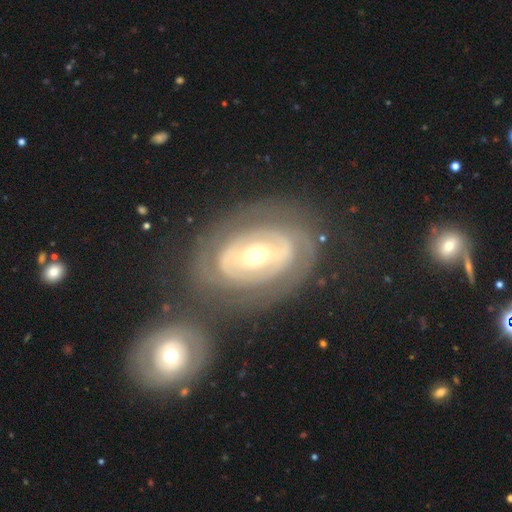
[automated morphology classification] The model was most divided on "spiral arms": yes: 57%, no: 43%. Remaining: edge-on disk — no (95%); smooth or featured — featured or disk (77%); bulge size — moderate (66%); merging — none (64%); bar — no (48%).